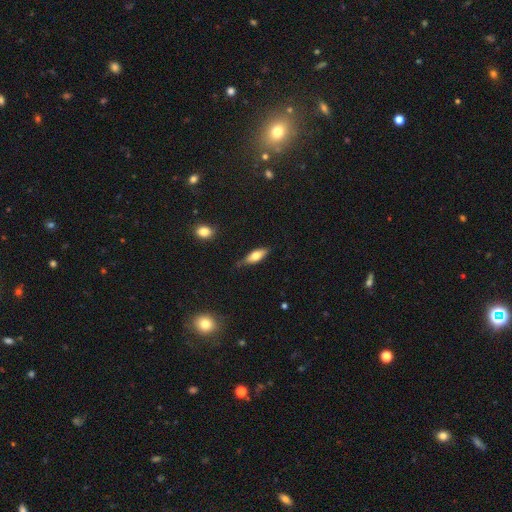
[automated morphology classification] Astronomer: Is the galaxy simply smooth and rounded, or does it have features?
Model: smooth — 66%.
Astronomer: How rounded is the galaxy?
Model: in between — 63%.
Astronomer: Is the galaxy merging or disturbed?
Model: none — 74%.